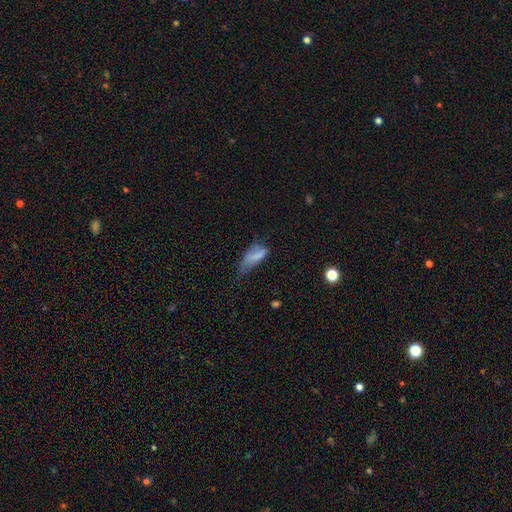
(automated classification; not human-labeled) Smooth or featured? smooth (69%)
How rounded? in between (78%)
Merging? minor disturbance (37%)